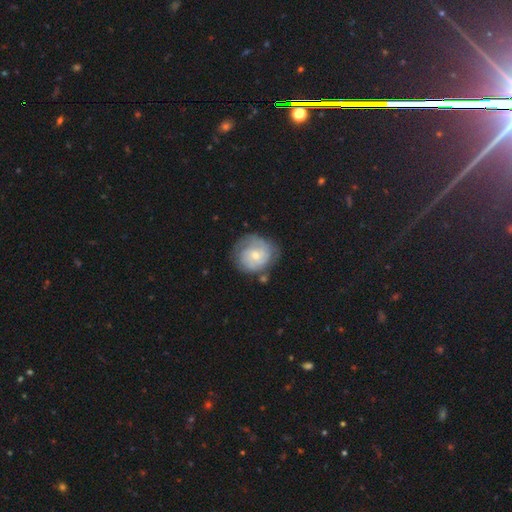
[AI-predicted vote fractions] Overall: featured or disk (62%; smooth 32%). Edge-on disk: no (98%). Bar: no (74%). Spiral arms: yes (82%). Bulge size: small (55%; moderate 40%). Merging: none (66%).